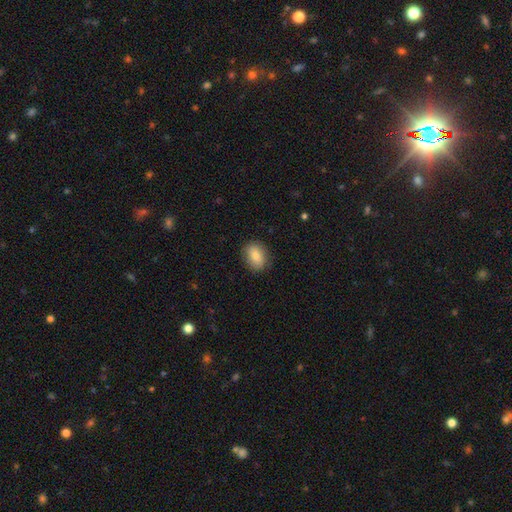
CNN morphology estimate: This appears to be a smooth galaxy with no disk features (85%) that is in between round and cigar-shaped (74%). Merging: none (84%).